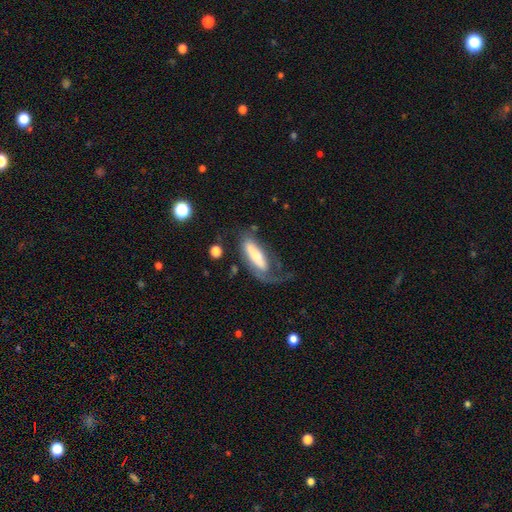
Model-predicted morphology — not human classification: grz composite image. It shows a smooth galaxy with no disk features (56%) that is in between round and cigar-shaped (57%). Merging: major disturbance (43%).